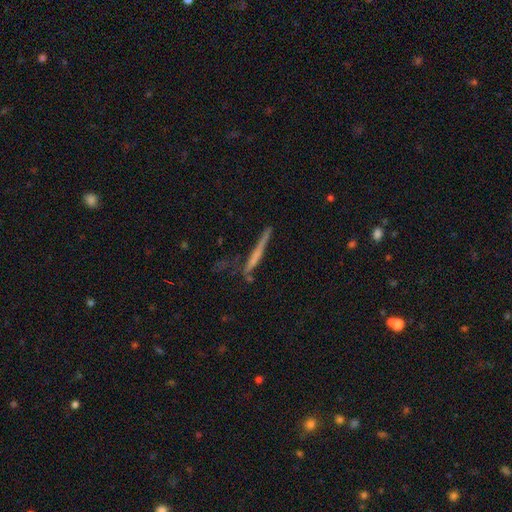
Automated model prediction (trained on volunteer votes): smooth_or_featured: featured or disk (p=0.53) [alt: smooth p=0.38]
disk_edge_on: yes (p=0.95) [alt: no p=0.05]
edge_on_bulge: none (p=0.74) [alt: rounded p=0.19]
merging: none (p=0.73) [alt: minor disturbance p=0.17]